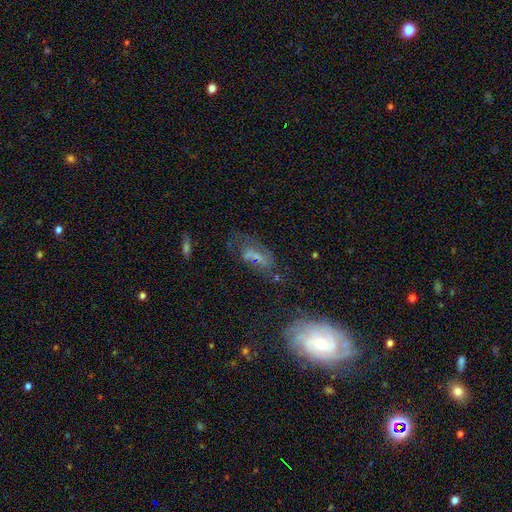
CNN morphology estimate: Overall: featured or disk (44%; smooth 34%). Merging: none (45%; major disturbance 22%).